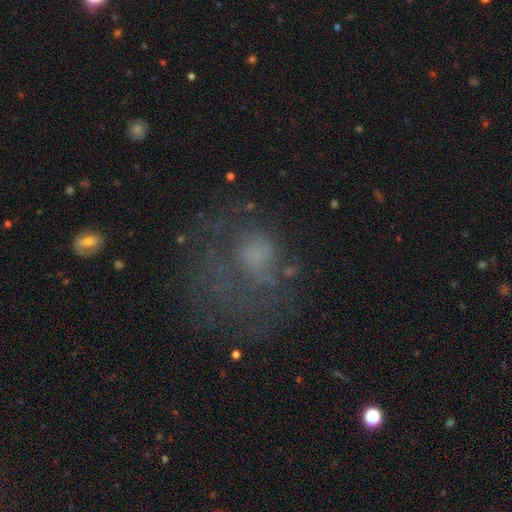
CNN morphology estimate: Smooth or featured?
  - featured or disk: 42% *
  - smooth: 36%
  - star or artifact: 21%
Merging?
  - none: 44% *
  - major disturbance: 35%
  - minor disturbance: 18%
  - merger: 3%